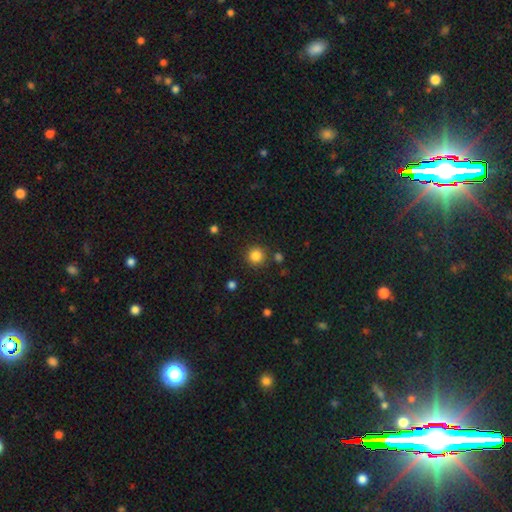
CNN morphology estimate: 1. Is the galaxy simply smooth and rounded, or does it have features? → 84% smooth, 12% star or artifact, 4% featured or disk.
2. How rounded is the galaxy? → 94% round, 5% in between, 1% cigar-shaped.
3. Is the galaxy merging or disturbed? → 86% none, 7% minor disturbance, 4% merger, 3% major disturbance.